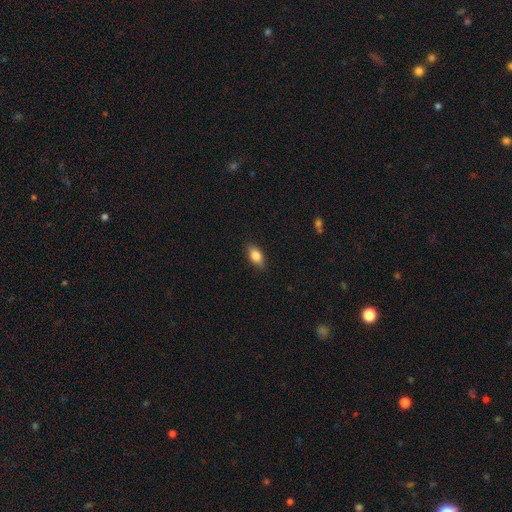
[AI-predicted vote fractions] Overall: smooth (81%). How rounded: in between (85%). Merging: none (86%).